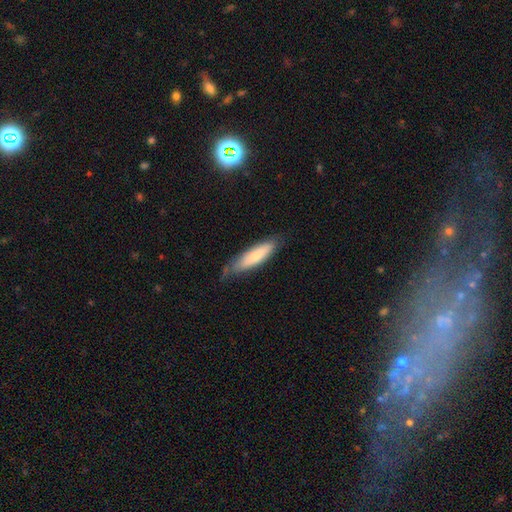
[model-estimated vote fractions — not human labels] Smooth or featured? smooth (71%)
How rounded? cigar-shaped (62%)
Merging? none (64%)